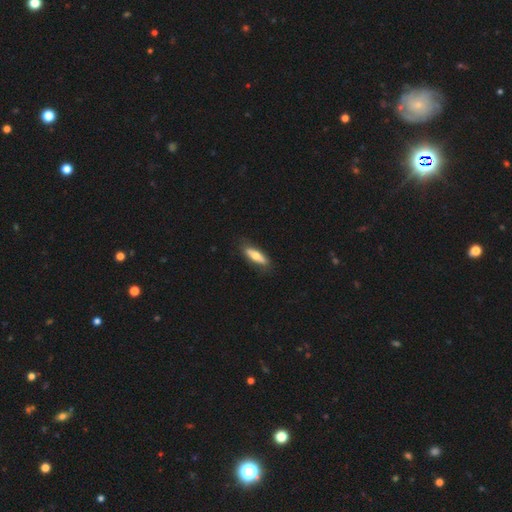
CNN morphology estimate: type=smooth (63%); roundness=cigar-shaped (55%); merging=none (80%).